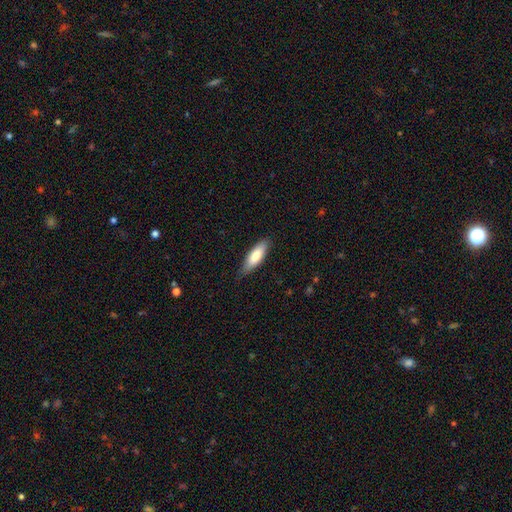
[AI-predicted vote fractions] Smooth or featured? smooth (77%)
How rounded? in between (57%)
Merging? none (78%)